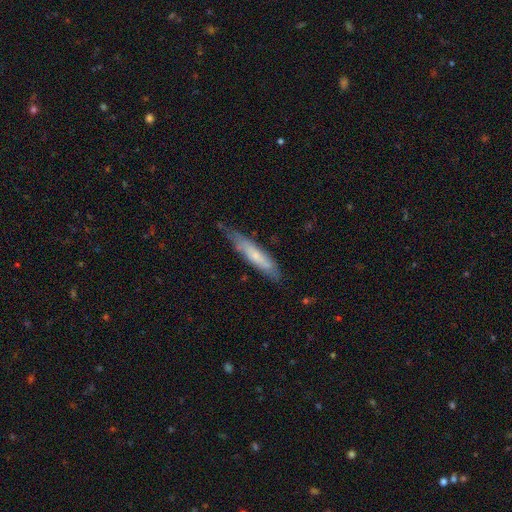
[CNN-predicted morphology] This appears to be a smooth galaxy with no disk features (55%) that is cigar-shaped (87%). Merging: none (68%).